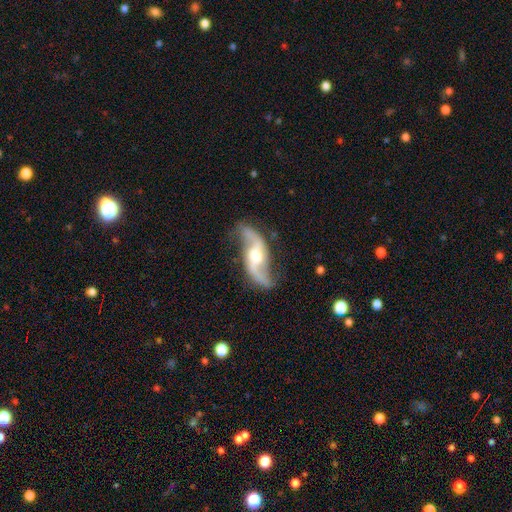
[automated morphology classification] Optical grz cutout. It shows a featured or disk galaxy (90%) with no bar (44%), 2 (94%) loose (73%) spiral arms (97%) and a moderate central bulge (66%). Merging: none (78%).